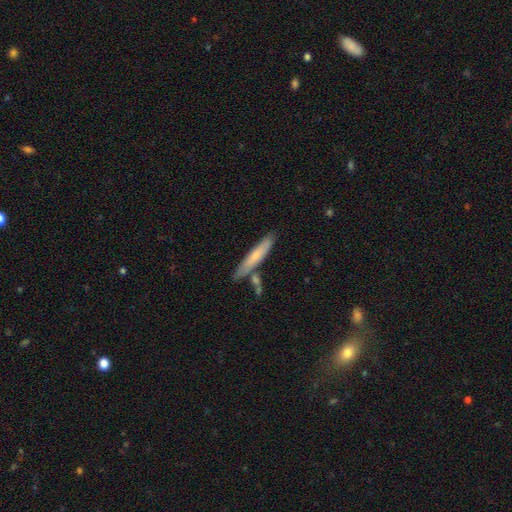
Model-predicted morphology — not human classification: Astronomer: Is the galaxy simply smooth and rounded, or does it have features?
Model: smooth — 61%.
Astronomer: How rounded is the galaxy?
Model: cigar-shaped — 90%.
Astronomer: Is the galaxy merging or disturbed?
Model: none — 73%.